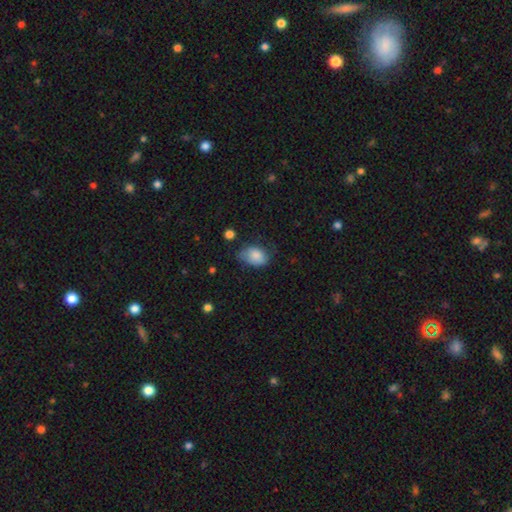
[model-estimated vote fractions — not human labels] Smooth or featured?
  - smooth: 82% *
  - featured or disk: 11%
  - star or artifact: 8%
How rounded?
  - in between: 83% *
  - round: 16%
  - cigar-shaped: 1%
Merging?
  - none: 49% *
  - minor disturbance: 37%
  - major disturbance: 12%
  - merger: 2%